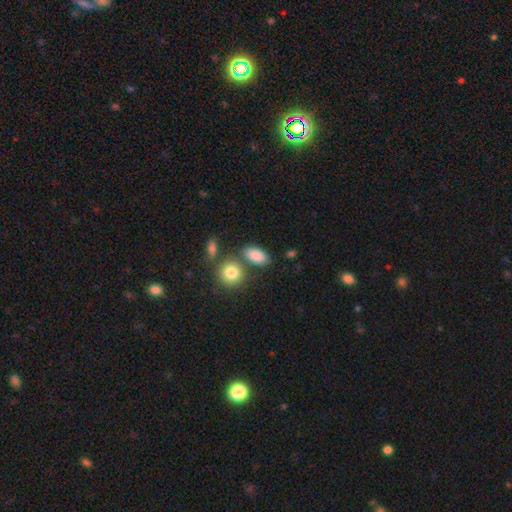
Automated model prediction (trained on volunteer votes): The model was most divided on "merging": none: 66%, merger: 17%, minor disturbance: 13%, major disturbance: 4%. More confident: how rounded — in between (87%); smooth or featured — smooth (86%).